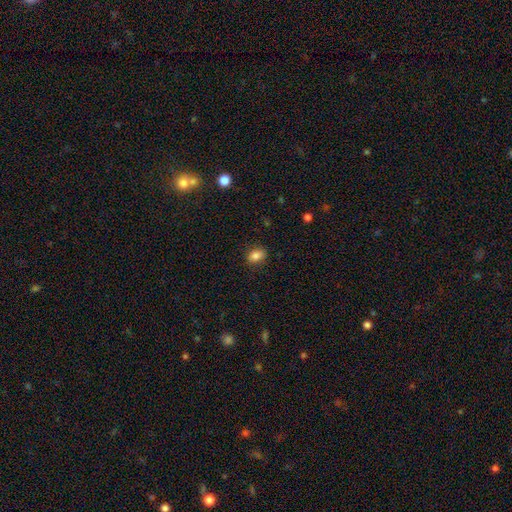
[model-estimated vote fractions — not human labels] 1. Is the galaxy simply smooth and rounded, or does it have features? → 84% smooth, 10% star or artifact, 7% featured or disk.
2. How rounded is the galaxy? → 75% in between, 24% round, 2% cigar-shaped.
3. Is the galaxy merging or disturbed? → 86% none, 10% minor disturbance, 2% major disturbance, 1% merger.